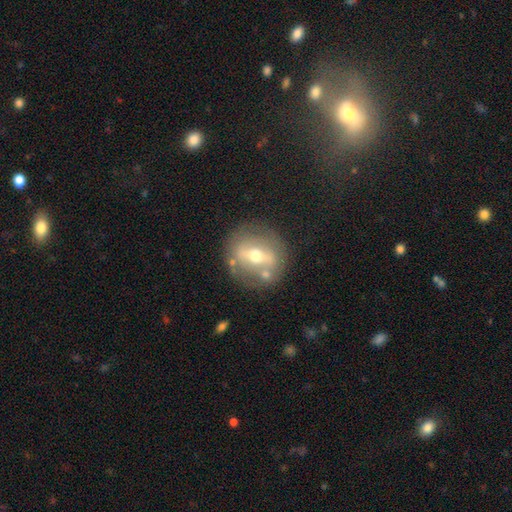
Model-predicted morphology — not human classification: Smooth or featured: featured or disk — 61% (smooth — 30%)
Edge-on disk: no — 82% (yes — 18%)
Bar: strong — 52% (weak — 28%)
Spiral arms: no — 80% (yes — 20%)
Bulge size: moderate — 67% (small — 25%)
Merging: none — 75% (minor disturbance — 13%)